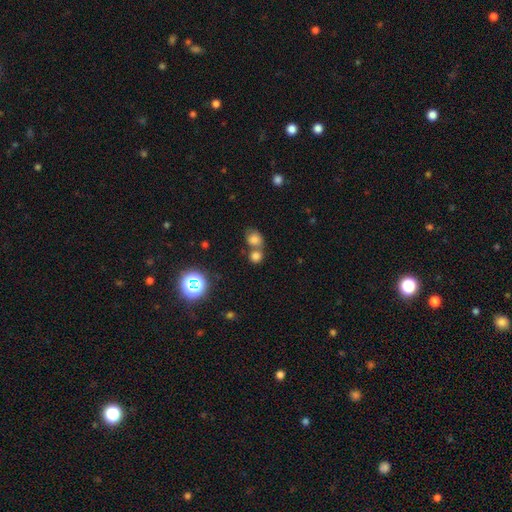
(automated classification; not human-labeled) Smooth or featured? smooth (75%)
How rounded? round (73%)
Merging? merger (47%)